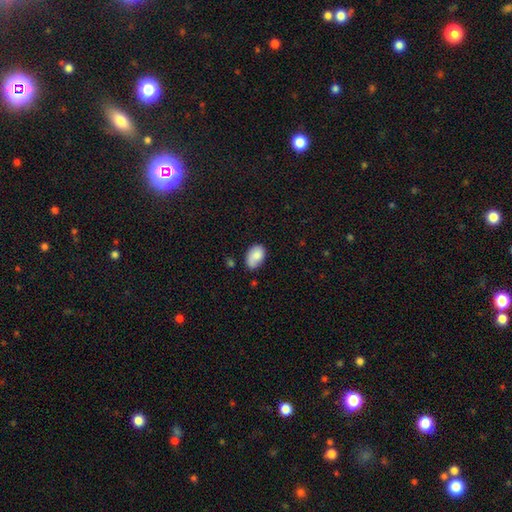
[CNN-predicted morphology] smooth 80%, featured or disk 13%, star or artifact 7%. Down the decision tree: how rounded — in between (87%); merging — none (58%).